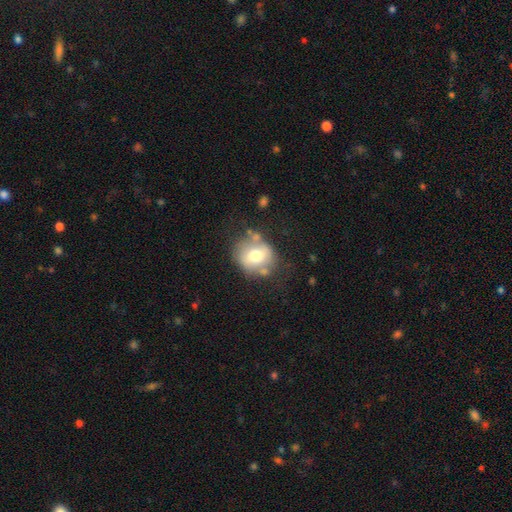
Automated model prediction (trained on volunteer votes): Overall: smooth (58%; featured or disk 33%). How rounded: round (72%). Merging: none (62%).